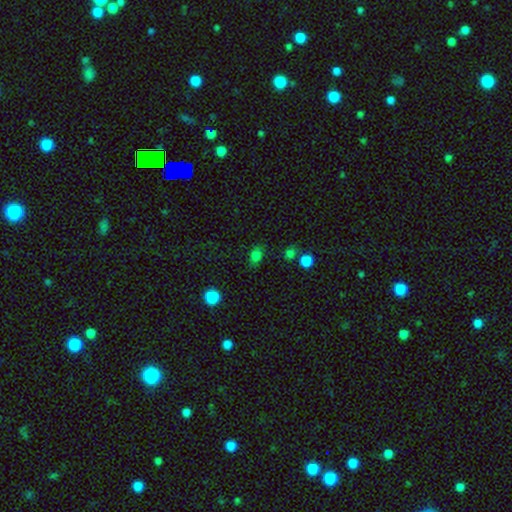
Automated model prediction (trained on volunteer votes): Smooth or featured?
  - smooth: 79% *
  - star or artifact: 16%
  - featured or disk: 5%
How rounded?
  - in between: 60% *
  - round: 38%
  - cigar-shaped: 2%
Merging?
  - none: 78% *
  - minor disturbance: 14%
  - merger: 4%
  - major disturbance: 4%